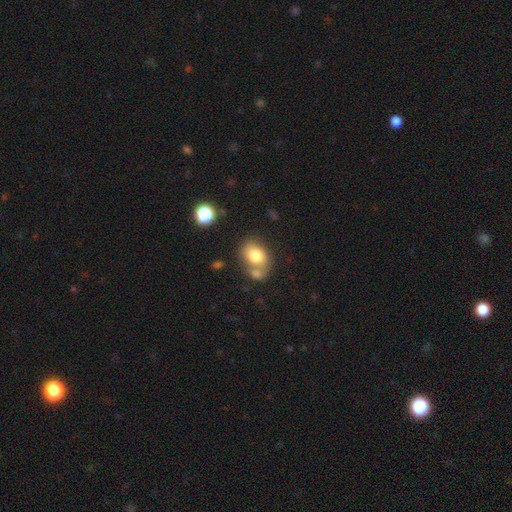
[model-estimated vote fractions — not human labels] Overall: smooth (77%). How rounded: in between (64%; round 35%). Merging: none (45%; merger 34%).